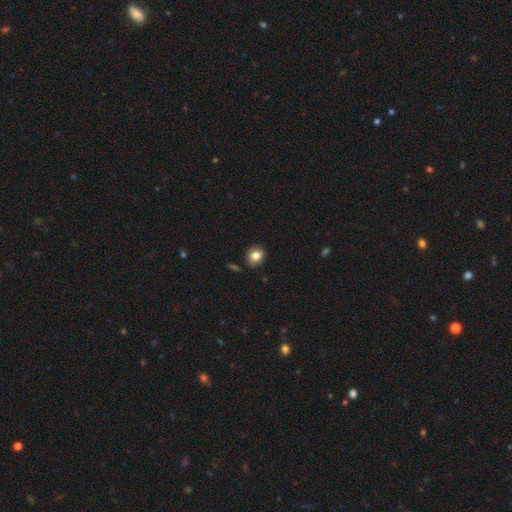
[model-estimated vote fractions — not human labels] smooth-or-featured: smooth: 82% | star or artifact: 10% | featured or disk: 8%
  how-rounded: round: 72% | in between: 27% | cigar-shaped: 1%
  merging: none: 87% | minor disturbance: 9% | major disturbance: 2% | merger: 2%